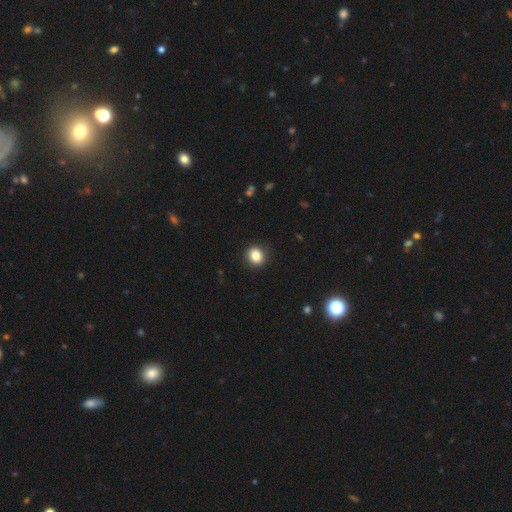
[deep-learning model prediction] Q: Smooth or featured?
A: smooth (84%); runner-up: star or artifact (10%)
Q: How rounded?
A: round (81%); runner-up: in between (18%)
Q: Merging?
A: none (90%); runner-up: minor disturbance (7%)